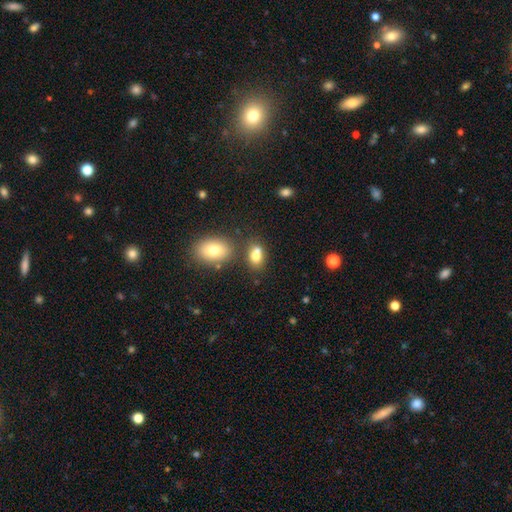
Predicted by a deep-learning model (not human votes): Q: Smooth or featured?
A: smooth (77%); runner-up: featured or disk (11%)
Q: How rounded?
A: in between (70%); runner-up: round (28%)
Q: Merging?
A: none (46%); runner-up: merger (37%)